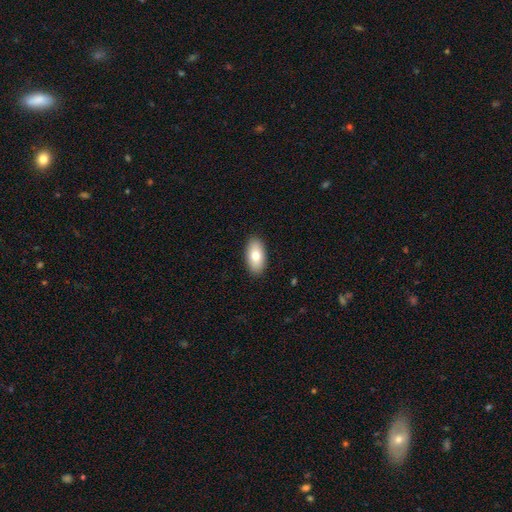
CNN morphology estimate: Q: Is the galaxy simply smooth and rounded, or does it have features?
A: smooth — 77%.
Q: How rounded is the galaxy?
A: in between — 93%.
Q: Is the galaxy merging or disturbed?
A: none — 90%.